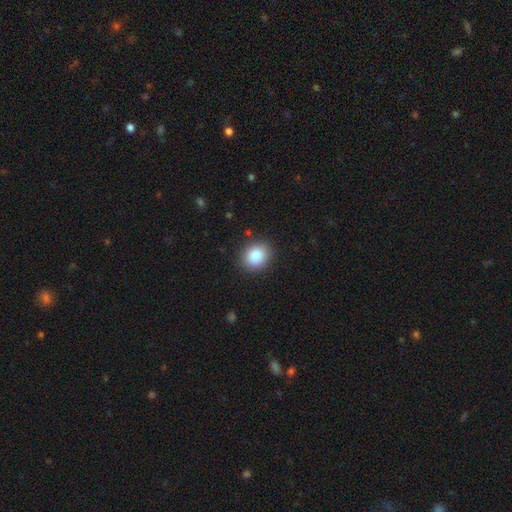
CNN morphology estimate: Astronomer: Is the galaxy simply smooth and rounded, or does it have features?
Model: smooth — 87%.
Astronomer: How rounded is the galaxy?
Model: round — 67%.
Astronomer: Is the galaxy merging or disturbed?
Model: none — 87%.